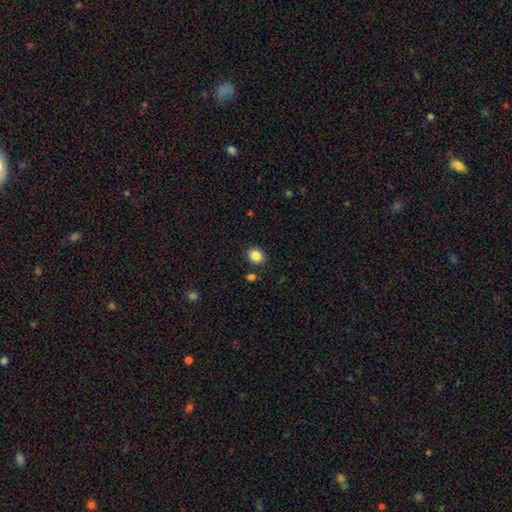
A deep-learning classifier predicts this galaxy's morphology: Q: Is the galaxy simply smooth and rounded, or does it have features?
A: smooth — 85%.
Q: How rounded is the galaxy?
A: round — 69%.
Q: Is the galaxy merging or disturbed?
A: none — 88%.